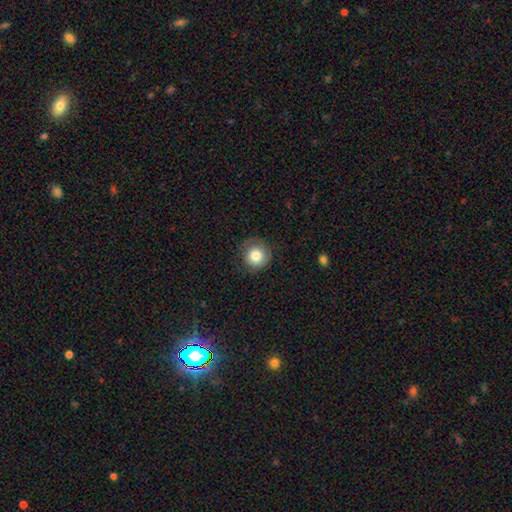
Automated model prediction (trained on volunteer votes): This is clearly a smooth galaxy (81%). How rounded: clearly round (93%). Merging: likely none (78%).